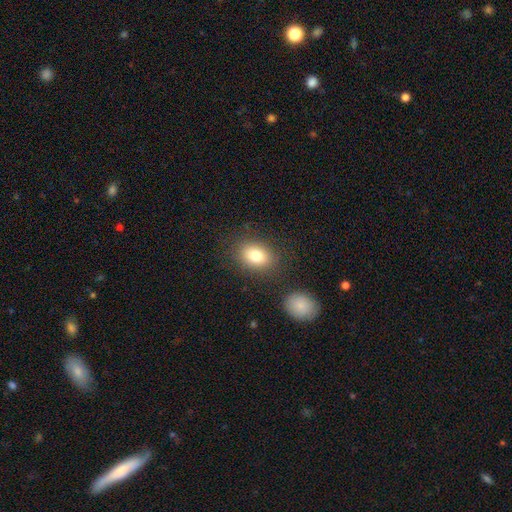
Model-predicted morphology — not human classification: Q: Smooth or featured?
A: smooth (81%); runner-up: featured or disk (10%)
Q: How rounded?
A: in between (71%); runner-up: round (28%)
Q: Merging?
A: none (81%); runner-up: minor disturbance (11%)